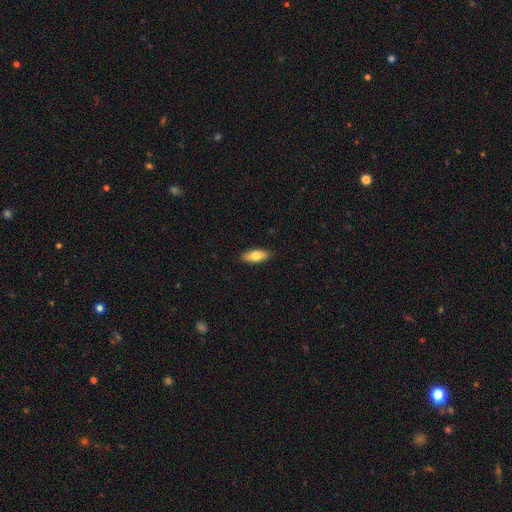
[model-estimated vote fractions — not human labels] Q: Smooth or featured?
A: smooth (75%); runner-up: featured or disk (19%)
Q: How rounded?
A: in between (80%); runner-up: cigar-shaped (18%)
Q: Merging?
A: none (90%); runner-up: minor disturbance (8%)